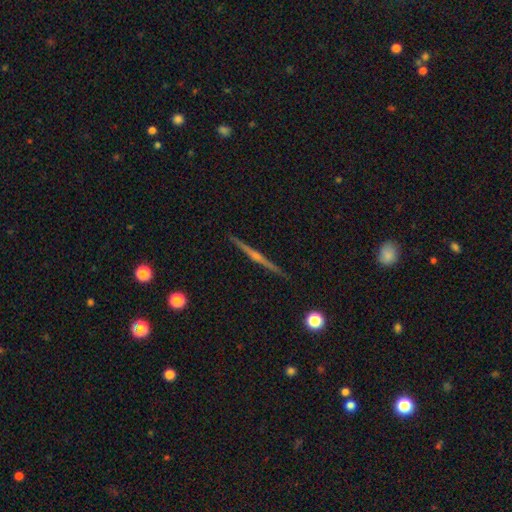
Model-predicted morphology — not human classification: A featured or disk galaxy (73%) viewed edge-on (97%) with a rounded central bulge (71%).

Vote fractions:
- Smooth or featured? featured or disk: 73% / smooth: 17% / star or artifact: 10%
- Edge-on disk? yes: 97% / no: 3%
- Edge-on bulge? rounded: 71% / none: 20% / boxy: 9%
- Merging? none: 89% / minor disturbance: 7% / major disturbance: 2% / merger: 2%